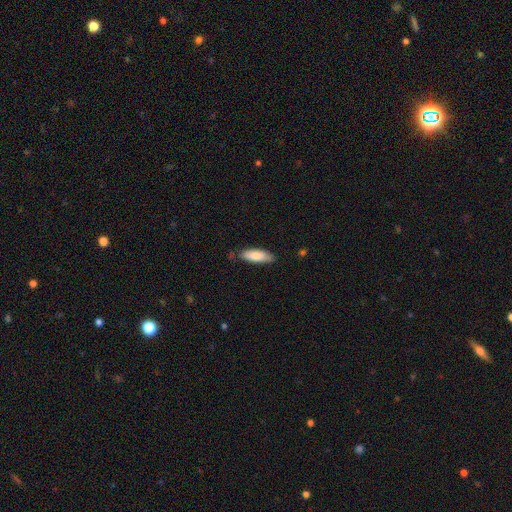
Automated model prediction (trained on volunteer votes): A smooth galaxy with no disk features (84%) that is in between round and cigar-shaped (60%). Merging: none (78%).